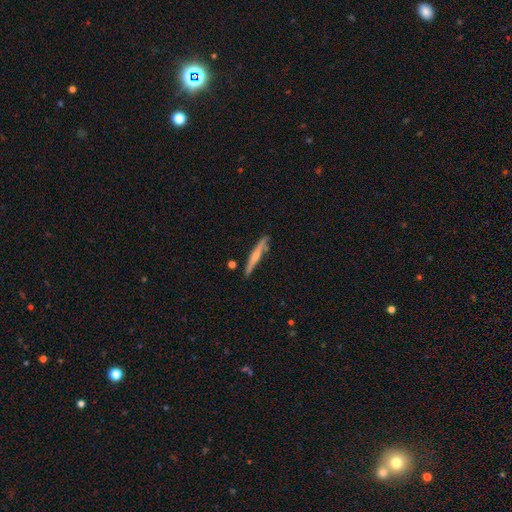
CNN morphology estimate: smooth-or-featured: featured or disk: 48% | smooth: 47% | star or artifact: 6%
  merging: none: 80% | minor disturbance: 13% | merger: 5% | major disturbance: 3%